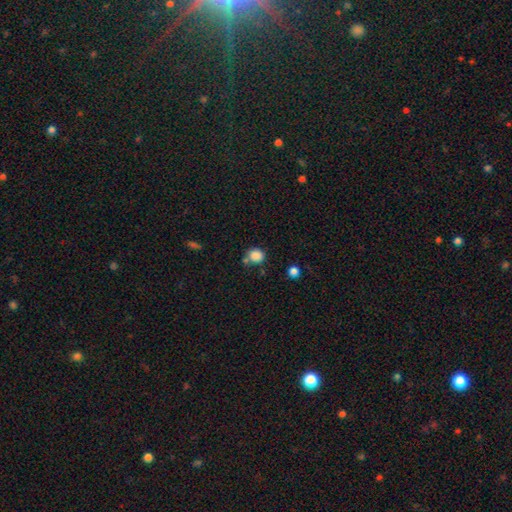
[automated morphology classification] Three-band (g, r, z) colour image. It shows a smooth galaxy with no disk features (85%) that is round (83%). Merging: none (65%).